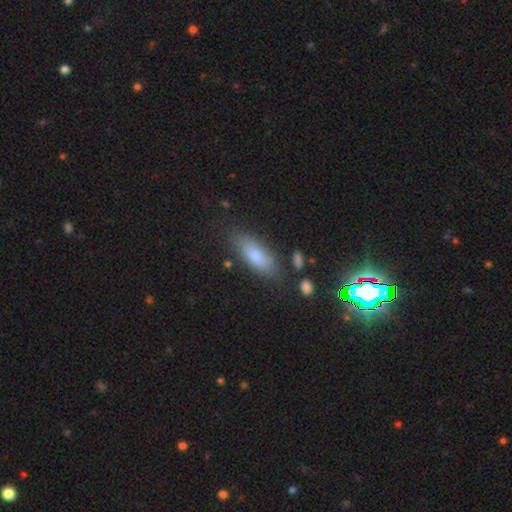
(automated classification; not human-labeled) Smooth or featured?
  - smooth: 81% *
  - featured or disk: 12%
  - star or artifact: 8%
How rounded?
  - in between: 73% *
  - cigar-shaped: 25%
  - round: 2%
Merging?
  - none: 76% *
  - minor disturbance: 15%
  - major disturbance: 5%
  - merger: 4%